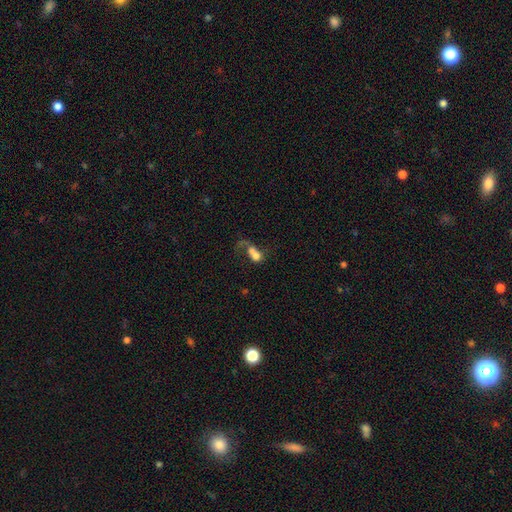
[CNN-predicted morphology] Q: Smooth or featured?
A: smooth (57%); runner-up: featured or disk (31%)
Q: How rounded?
A: in between (54%); runner-up: round (42%)
Q: Merging?
A: merger (65%); runner-up: major disturbance (17%)